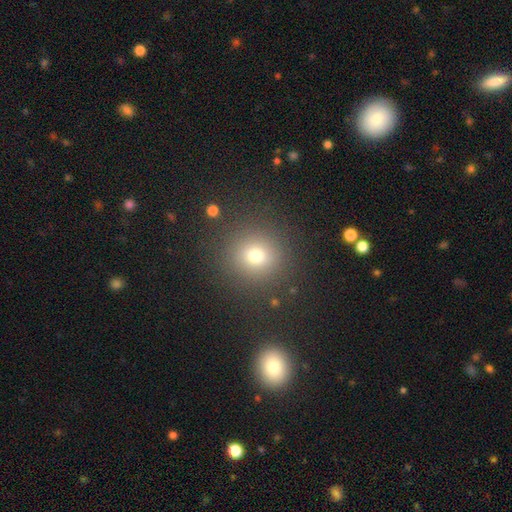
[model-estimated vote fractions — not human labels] Smooth or featured? smooth (73%)
How rounded? round (92%)
Merging? none (88%)